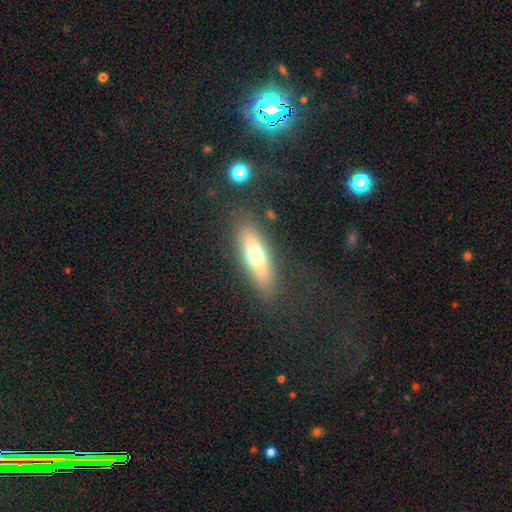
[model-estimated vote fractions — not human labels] This is possibly a smooth galaxy (54%). How rounded: possibly in between (49%). Merging: clearly none (85%).